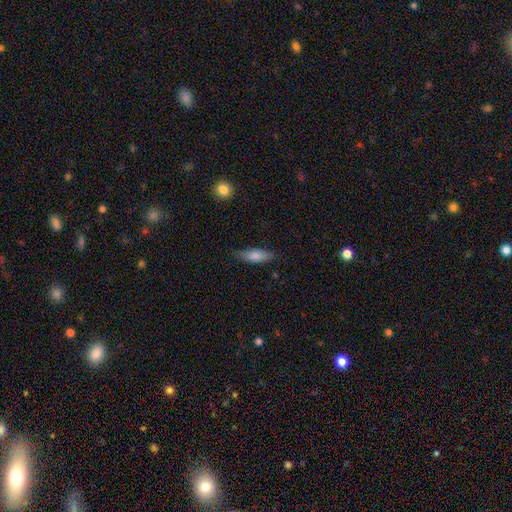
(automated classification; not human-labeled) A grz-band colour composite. It shows a smooth galaxy with no disk features (77%) that is in between round and cigar-shaped (61%). Merging: none (75%).